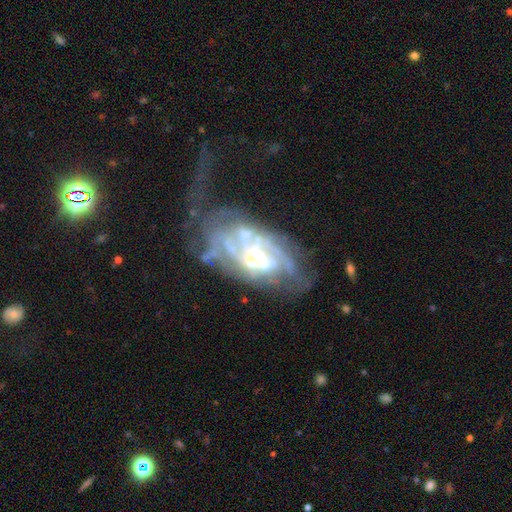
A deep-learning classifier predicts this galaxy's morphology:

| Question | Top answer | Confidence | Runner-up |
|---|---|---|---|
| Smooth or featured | featured or disk | 79% | smooth (12%) |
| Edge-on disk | no | 96% | yes (4%) |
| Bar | no | 66% | weak (24%) |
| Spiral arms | yes | 60% | no (40%) |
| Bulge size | moderate | 36% | tied: small (36%) |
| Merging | major disturbance | 38% | none (30%) |